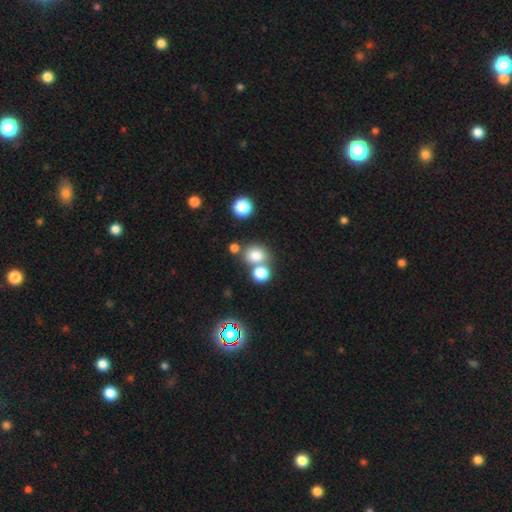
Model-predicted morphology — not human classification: smooth_or_featured: smooth (p=0.76) [alt: star or artifact p=0.15]
how_rounded: round (p=0.73) [alt: in between p=0.26]
merging: none (p=0.56) [alt: merger p=0.32]